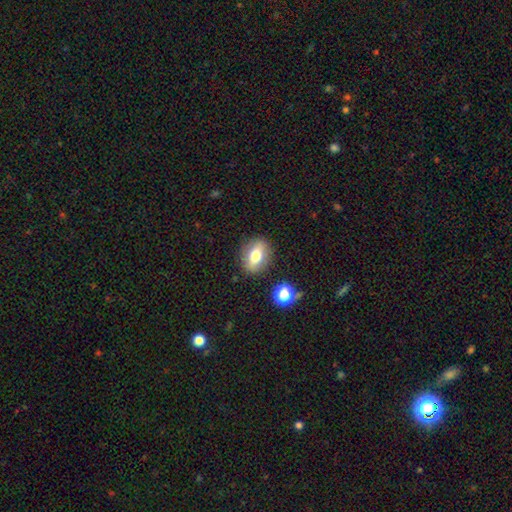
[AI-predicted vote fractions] smooth-or-featured: smooth: 61% | featured or disk: 30% | star or artifact: 10%
  how-rounded: in between: 64% | round: 32% | cigar-shaped: 5%
  merging: none: 85% | minor disturbance: 10% | major disturbance: 3% | merger: 2%